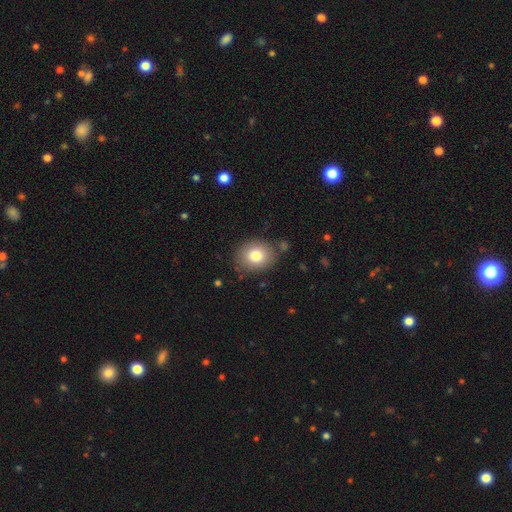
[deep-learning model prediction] Morphology: type=smooth (80%); roundness=round (64%); merging=none (83%).